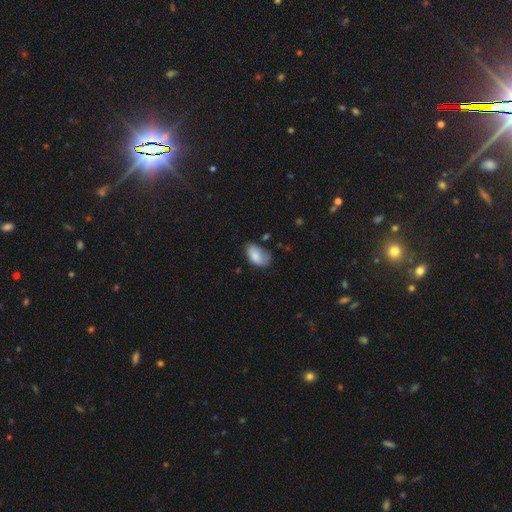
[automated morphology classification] The model was most divided on "merging": none: 51%, minor disturbance: 35%, major disturbance: 10%, merger: 3%. More confident: how rounded — in between (93%); smooth or featured — smooth (81%).